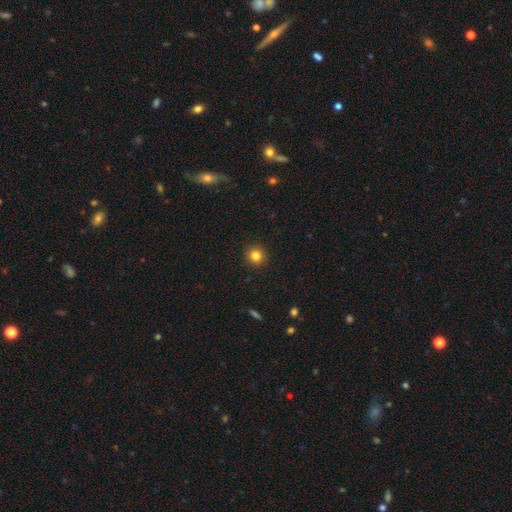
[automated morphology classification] Q: Smooth or featured?
A: smooth (83%); runner-up: star or artifact (12%)
Q: How rounded?
A: round (93%); runner-up: in between (6%)
Q: Merging?
A: none (92%); runner-up: minor disturbance (5%)